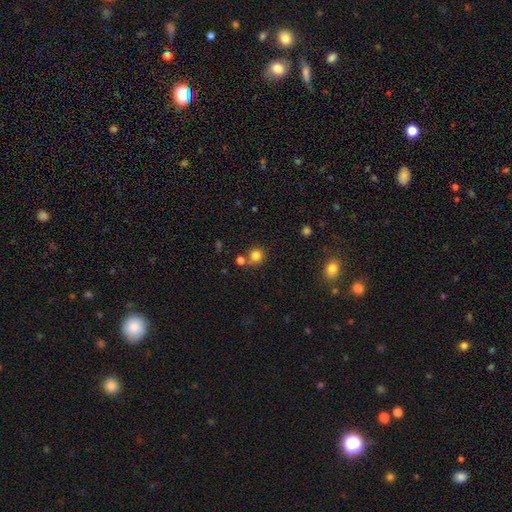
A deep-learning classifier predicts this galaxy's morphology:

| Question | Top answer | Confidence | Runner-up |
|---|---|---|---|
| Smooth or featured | smooth | 81% | star or artifact (13%) |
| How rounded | round | 88% | in between (11%) |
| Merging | none | 65% | merger (21%) |